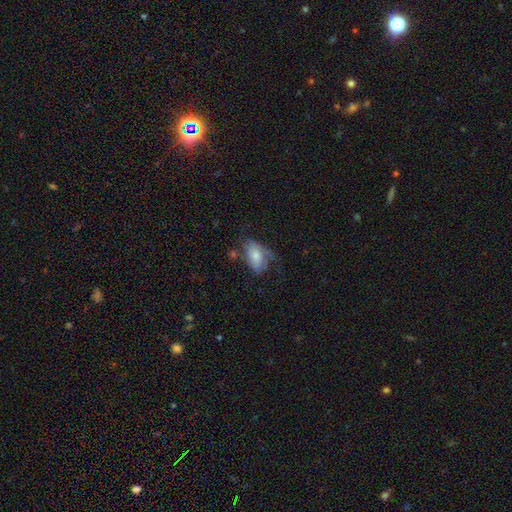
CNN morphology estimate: Smooth or featured: smooth — 61% (featured or disk — 31%)
How rounded: in between — 91% (round — 7%)
Merging: none — 35% (minor disturbance — 31%)